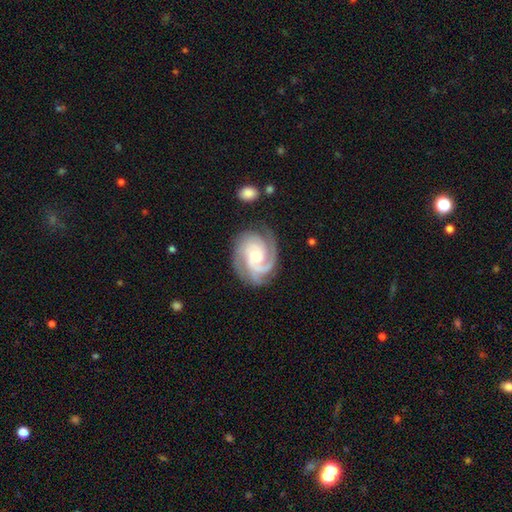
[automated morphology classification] featured or disk 90%, smooth 6%, star or artifact 4%. Down the decision tree: edge-on disk — no (98%); bar — no (66%); spiral arms — yes (98%); spiral arm count — 3 (51%); spiral winding — tight (61%); bulge size — moderate (53%); merging — none (75%).